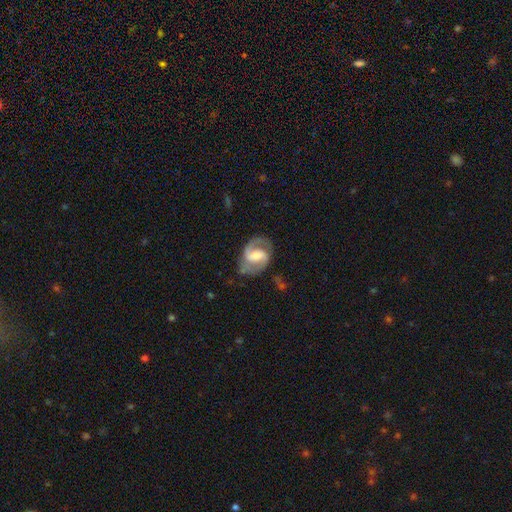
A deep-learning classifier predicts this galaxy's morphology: This is clearly a featured or disk galaxy (84%). It is clearly not viewed edge-on (98%). Bar: marginally weak (45%). Spiral arm pattern: clearly yes (94%). Spiral arm count: clearly 2 (90%). Spiral winding: possibly medium (54%). Central bulge: marginally moderate (34%). Merging: likely none (71%).